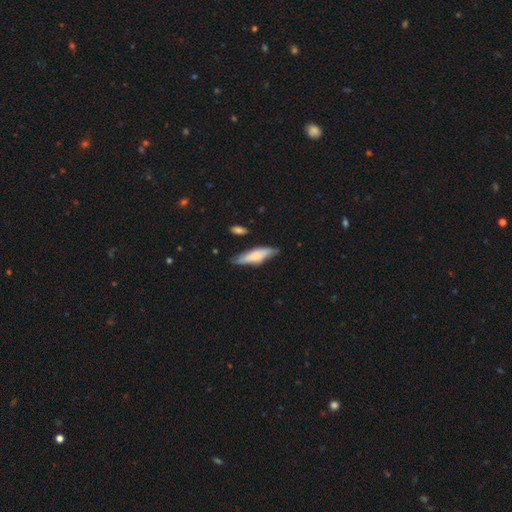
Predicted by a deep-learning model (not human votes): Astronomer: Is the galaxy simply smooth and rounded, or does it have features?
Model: smooth — 67%.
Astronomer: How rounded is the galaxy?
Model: cigar-shaped — 62%.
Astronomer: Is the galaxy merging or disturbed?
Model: none — 73%.